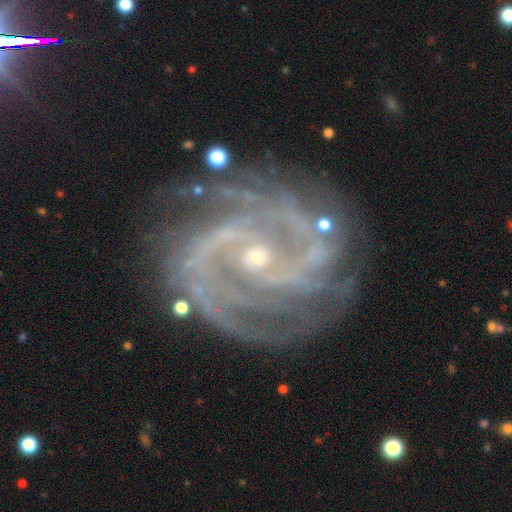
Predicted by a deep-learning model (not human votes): This is clearly a featured or disk galaxy (91%). It is clearly not viewed edge-on (98%). Bar: possibly no (47%). Spiral arm pattern: clearly yes (98%). Spiral arm count: marginally 2 (43%). Spiral winding: possibly tight (52%). Central bulge: likely small (74%). Merging: likely none (74%).